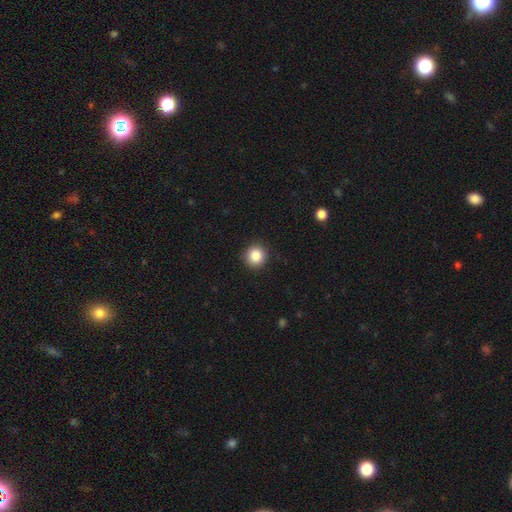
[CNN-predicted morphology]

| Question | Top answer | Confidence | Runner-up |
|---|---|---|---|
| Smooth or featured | smooth | 86% | star or artifact (10%) |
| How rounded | round | 93% | in between (6%) |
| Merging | none | 91% | minor disturbance (6%) |